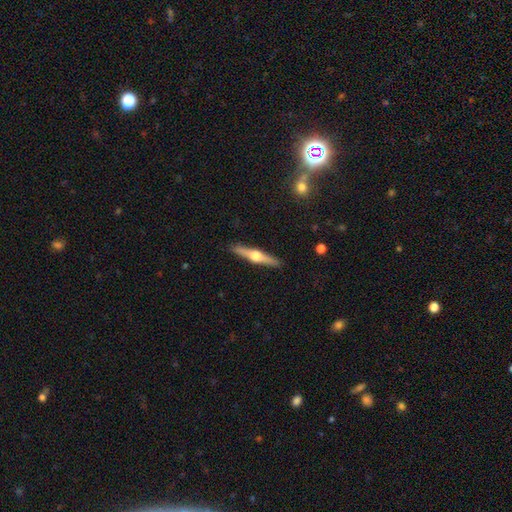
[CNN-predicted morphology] smooth_or_featured: featured or disk (p=0.69) [alt: smooth p=0.25]
disk_edge_on: yes (p=0.97) [alt: no p=0.03]
edge_on_bulge: rounded (p=0.96) [alt: boxy p=0.02]
merging: none (p=0.91) [alt: minor disturbance p=0.07]